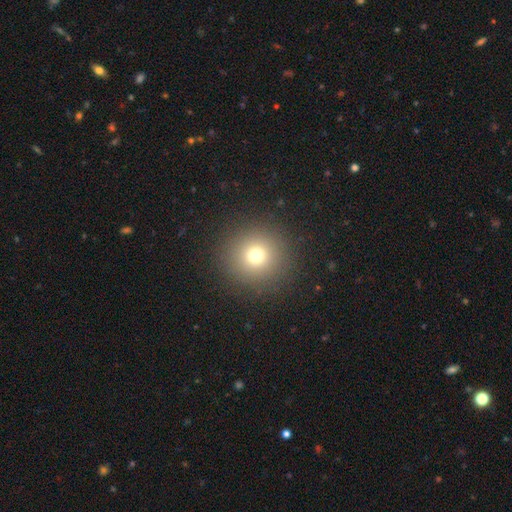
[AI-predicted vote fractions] smooth-or-featured: smooth: 73% | star or artifact: 18% | featured or disk: 10%
  how-rounded: round: 95% | in between: 4% | cigar-shaped: 1%
  merging: none: 90% | minor disturbance: 5% | major disturbance: 3% | merger: 1%